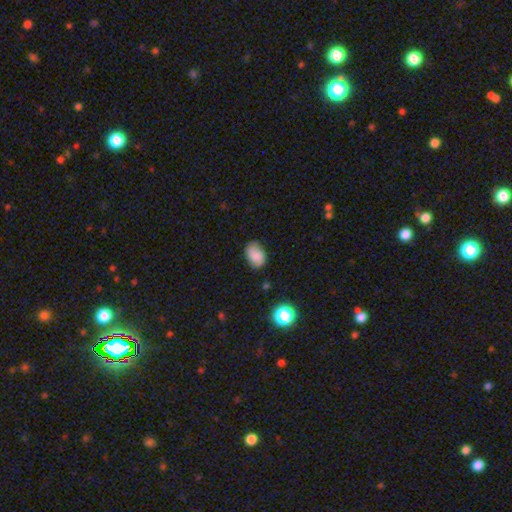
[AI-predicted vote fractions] Overall: smooth (74%). How rounded: in between (81%). Merging: none (74%).